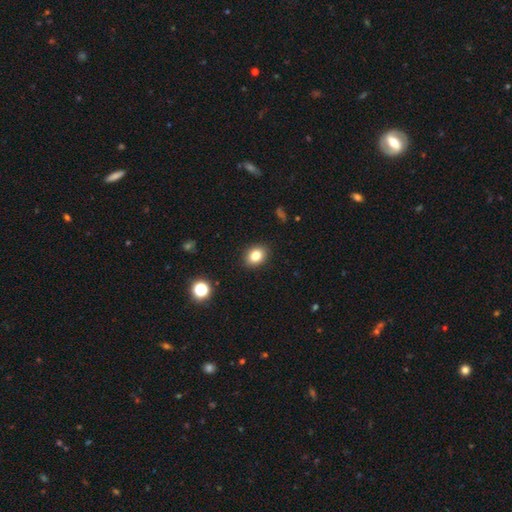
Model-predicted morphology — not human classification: This is clearly a smooth galaxy (81%). How rounded: possibly in between (52%). Merging: clearly none (90%).